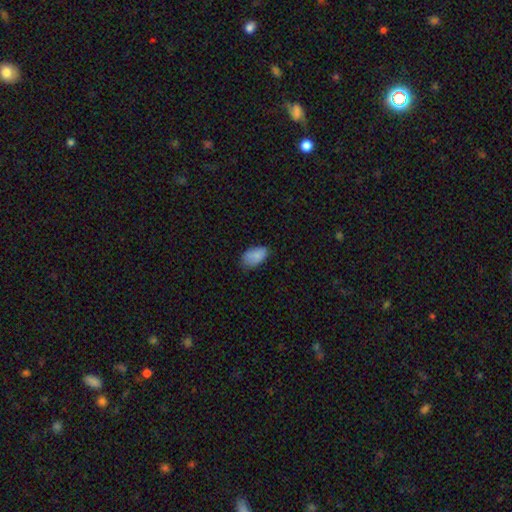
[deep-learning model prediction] Overall: smooth (85%). How rounded: in between (93%). Merging: none (66%; minor disturbance 27%).